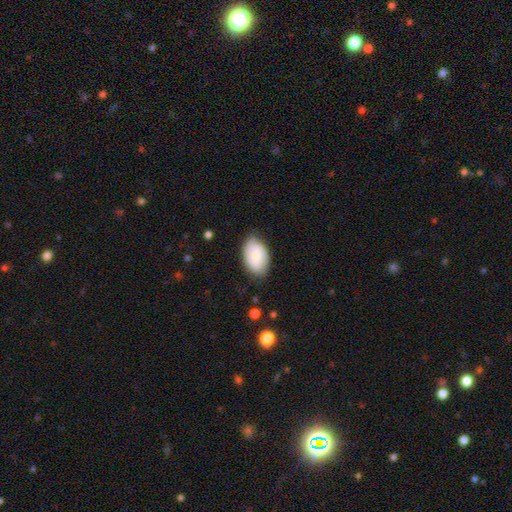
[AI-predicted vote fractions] A smooth galaxy with no disk features (67%) that is in between round and cigar-shaped (91%). Merging: none (72%).